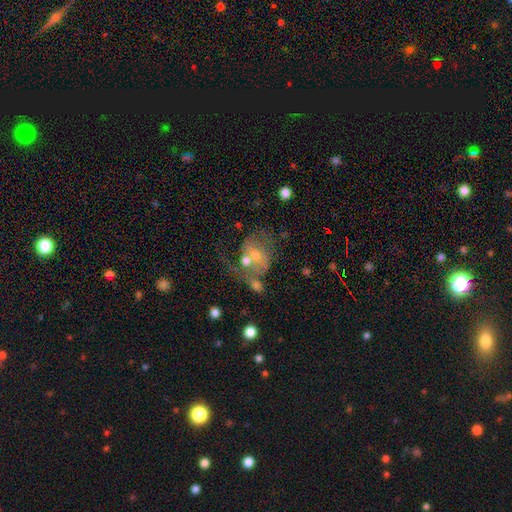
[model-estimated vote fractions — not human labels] A featured or disk galaxy (64%) with no bar (61%), spiral arms (72%) and a moderate central bulge (50%). Merging: merger (30%, tied with none).